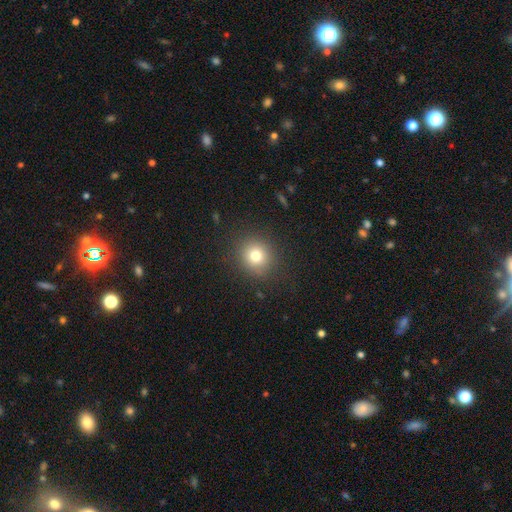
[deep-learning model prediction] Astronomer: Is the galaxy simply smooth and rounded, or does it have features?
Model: smooth — 76%.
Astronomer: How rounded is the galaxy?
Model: round — 89%.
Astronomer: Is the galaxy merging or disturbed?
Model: none — 88%.